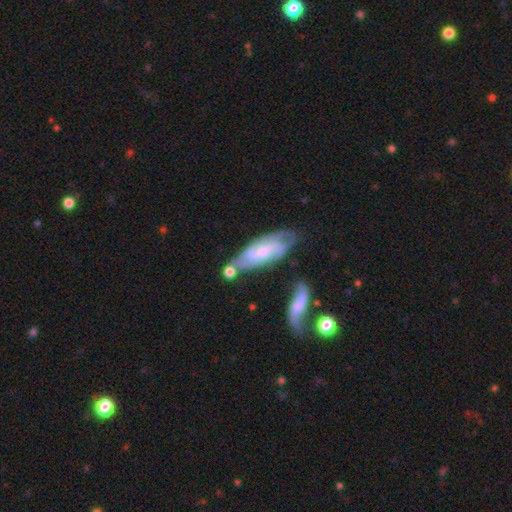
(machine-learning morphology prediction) smooth-or-featured: featured or disk: 74% | smooth: 20% | star or artifact: 7%
  disk-edge-on: no: 86% | yes: 14%
    bar: no: 52% | weak: 37% | strong: 10%
    has-spiral-arms: yes: 90% | no: 10%
      spiral-winding: tight: 49% | medium: 38% | loose: 13%
      spiral-arm-count: 2: 43% | can't tell: 33% | 3: 14% | 4: 4% | 1: 4% | more than 4: 2%
    bulge-size: small: 55% | moderate: 35% | none: 6% | large: 3% | dominant: 1%
  merging: none: 55% | minor disturbance: 21% | merger: 14% | major disturbance: 9%